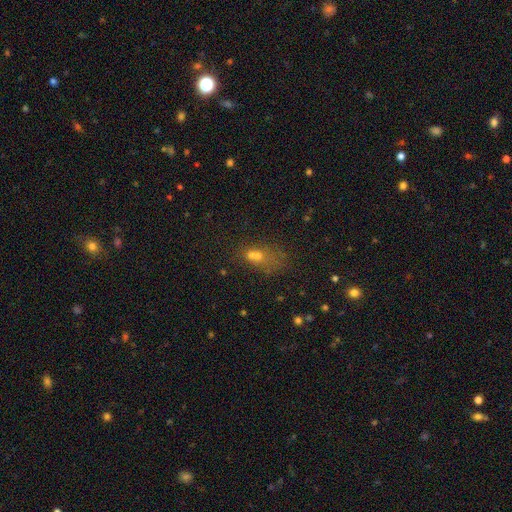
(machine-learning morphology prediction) Smooth or featured? smooth (54%)
How rounded? in between (58%)
Merging? merger (46%)